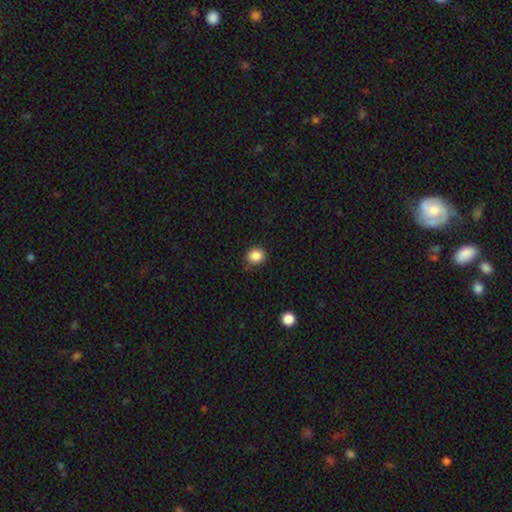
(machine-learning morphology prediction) Smooth or featured? Predicted: smooth (p=0.86). How rounded? Predicted: round (p=0.84). Merging? Predicted: none (p=0.87).